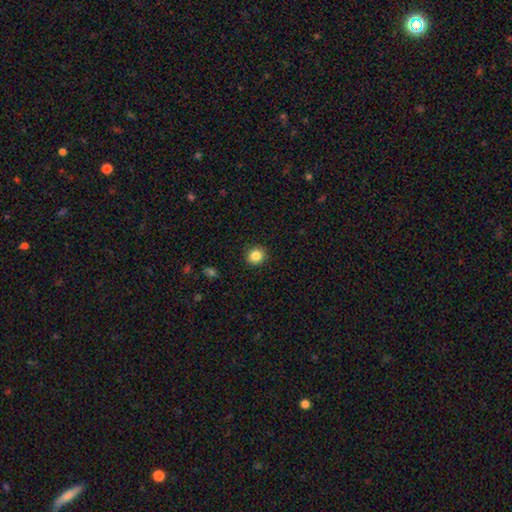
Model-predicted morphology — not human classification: Smooth or featured? Predicted: smooth (p=0.85). How rounded? Predicted: round (p=0.88). Merging? Predicted: none (p=0.91).